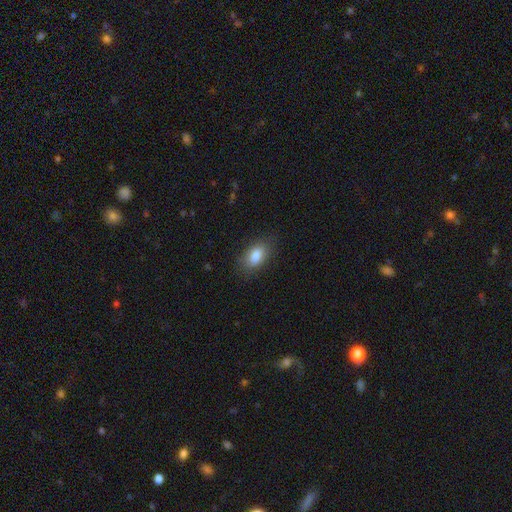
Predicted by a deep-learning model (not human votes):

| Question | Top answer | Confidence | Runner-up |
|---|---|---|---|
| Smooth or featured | smooth | 84% | featured or disk (9%) |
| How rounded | in between | 89% | round (7%) |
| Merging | none | 82% | minor disturbance (13%) |